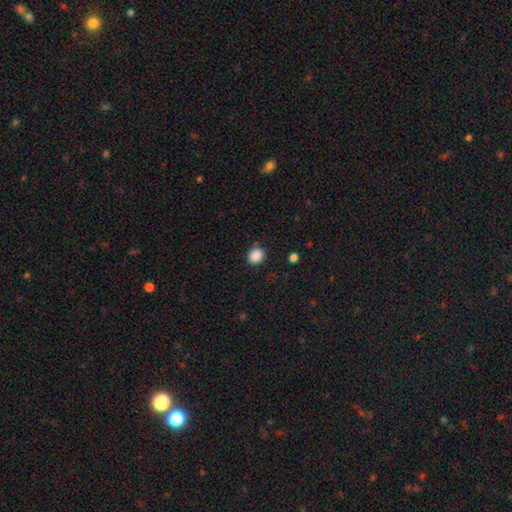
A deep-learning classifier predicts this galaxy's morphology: A smooth galaxy with no disk features (88%) that is round (75%).

Vote fractions:
- Smooth or featured? smooth: 88% / star or artifact: 9% / featured or disk: 3%
- How rounded? round: 75% / in between: 24% / cigar-shaped: 1%
- Merging? none: 82% / minor disturbance: 13% / major disturbance: 3% / merger: 2%